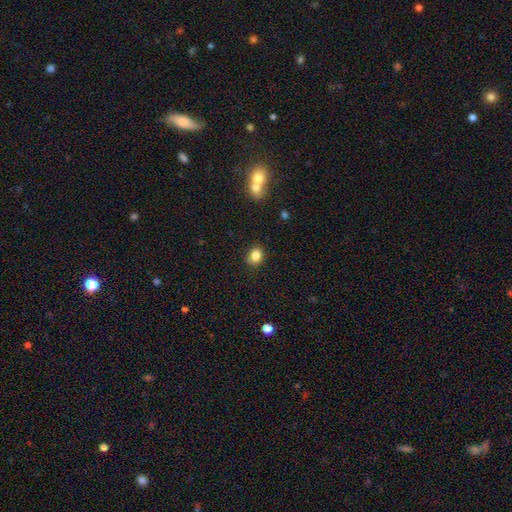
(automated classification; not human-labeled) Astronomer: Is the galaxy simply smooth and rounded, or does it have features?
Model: smooth — 83%.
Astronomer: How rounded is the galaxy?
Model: round — 58% (runner-up: in between, 41%).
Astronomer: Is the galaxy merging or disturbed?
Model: none — 85%.